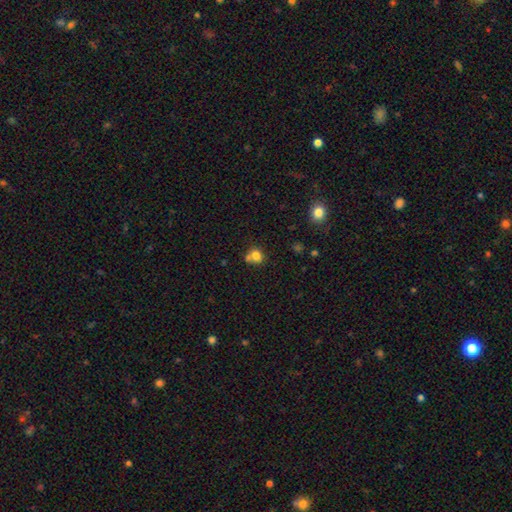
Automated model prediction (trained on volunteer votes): Q: Smooth or featured?
A: smooth (79%); runner-up: star or artifact (12%)
Q: How rounded?
A: round (81%); runner-up: in between (18%)
Q: Merging?
A: none (51%); runner-up: merger (31%)